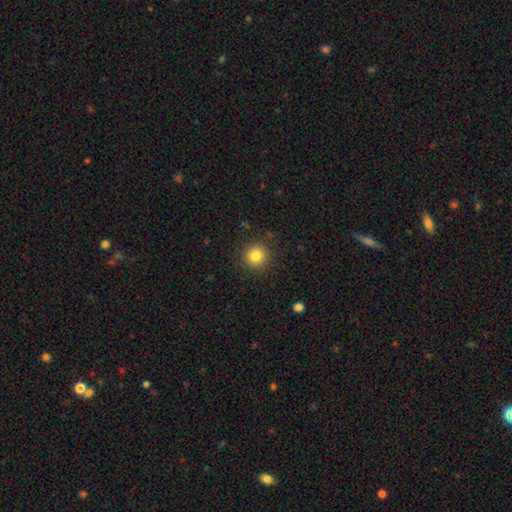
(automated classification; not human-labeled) The model was most divided on "smooth or featured": smooth: 83%, star or artifact: 11%, featured or disk: 6%. More confident: how rounded — round (93%); merging — none (90%).